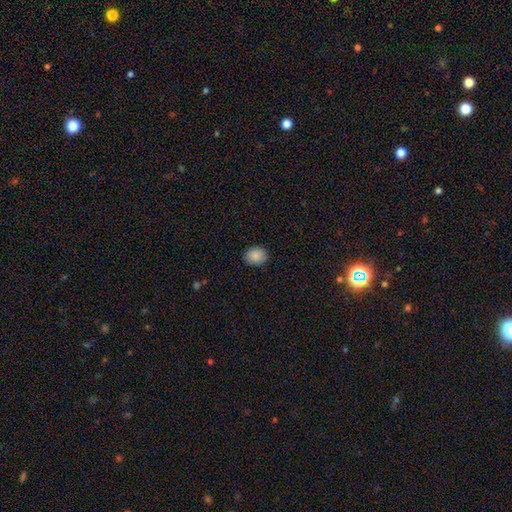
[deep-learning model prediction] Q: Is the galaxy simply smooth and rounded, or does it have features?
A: smooth — 88%.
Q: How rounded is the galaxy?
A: round — 50%.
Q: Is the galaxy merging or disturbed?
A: none — 87%.